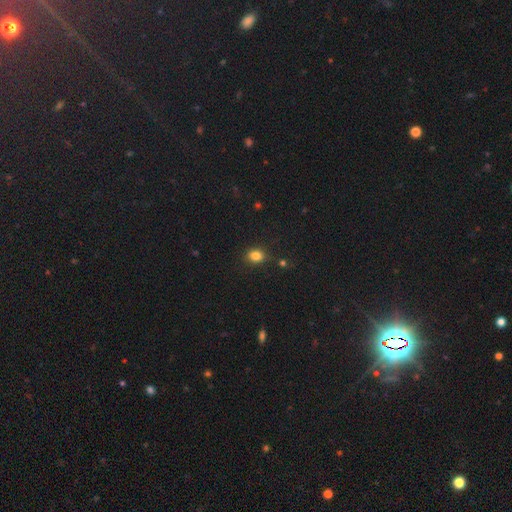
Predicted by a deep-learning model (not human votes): Overall: smooth (82%). How rounded: in between (50%; round 49%). Merging: none (81%).